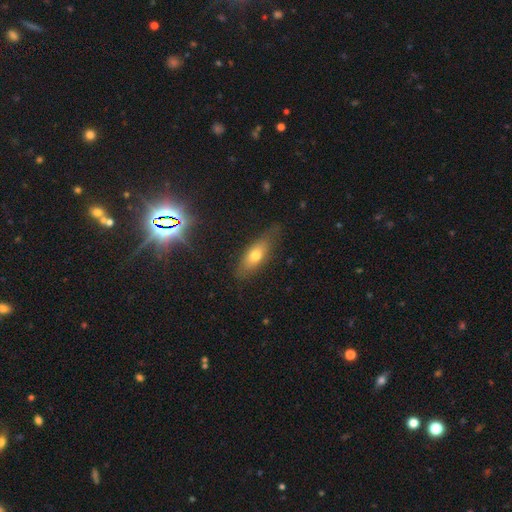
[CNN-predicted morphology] Q: Smooth or featured?
A: smooth (65%); runner-up: featured or disk (27%)
Q: How rounded?
A: in between (66%); runner-up: cigar-shaped (30%)
Q: Merging?
A: none (71%); runner-up: minor disturbance (21%)